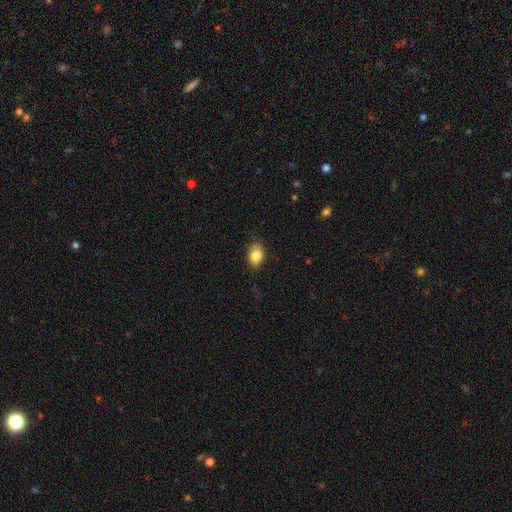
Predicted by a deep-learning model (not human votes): The model was most divided on "merging": none: 79%, minor disturbance: 16%, major disturbance: 3%, merger: 1%. More confident: smooth or featured — smooth (85%); how rounded — in between (83%).